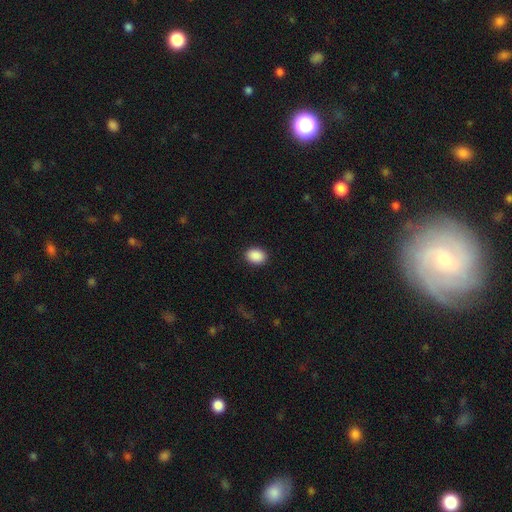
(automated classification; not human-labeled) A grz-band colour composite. It shows a smooth galaxy with no disk features (90%) that is in between round and cigar-shaped (62%). Merging: none (90%).